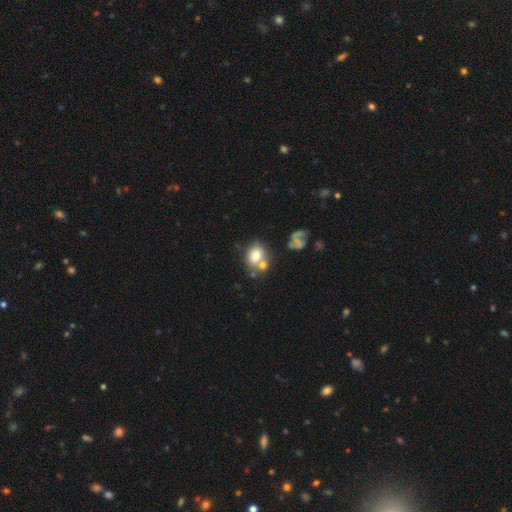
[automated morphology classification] This appears to be a smooth galaxy with no disk features (75%) that is in between round and cigar-shaped (51%). Merging: none (47%).